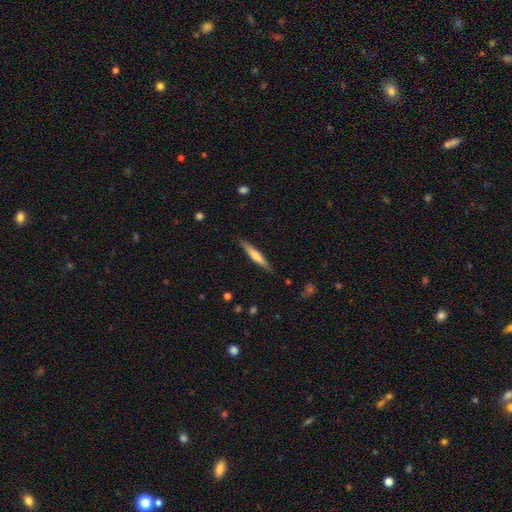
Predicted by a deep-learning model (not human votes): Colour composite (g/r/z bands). It shows a smooth galaxy with no disk features (60%) that is cigar-shaped (92%). Merging: none (88%).